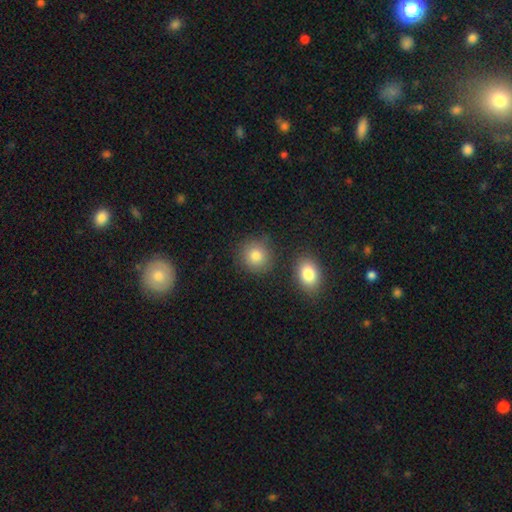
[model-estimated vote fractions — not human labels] smooth 83%, star or artifact 10%, featured or disk 7%. Down the decision tree: how rounded — round (87%); merging — none (81%).